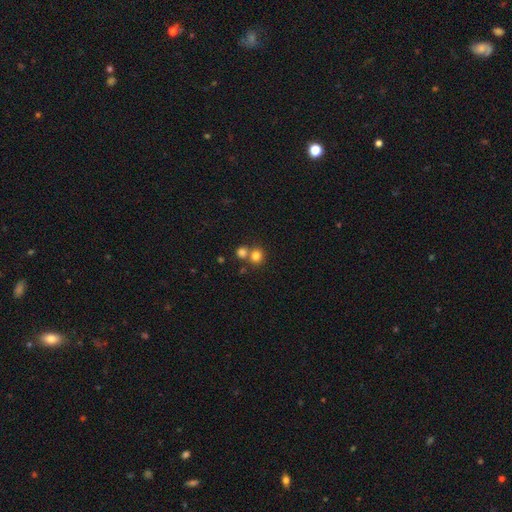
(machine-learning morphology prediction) This appears to be a smooth galaxy with no disk features (80%) that is round (85%). Merging: none (56%).